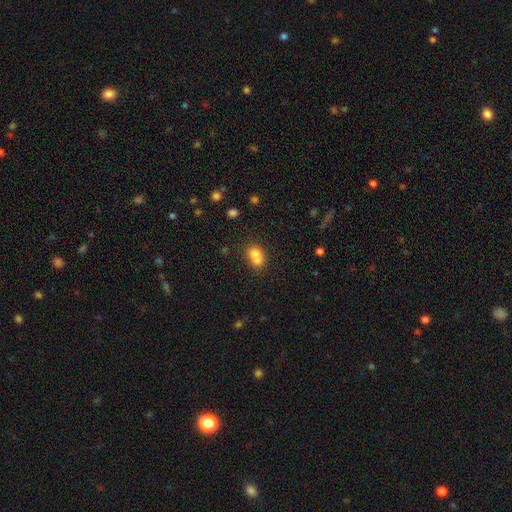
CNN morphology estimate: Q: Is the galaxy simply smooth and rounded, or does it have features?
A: smooth — 71%.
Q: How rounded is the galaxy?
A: round — 54%.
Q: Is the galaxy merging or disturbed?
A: merger — 64%.